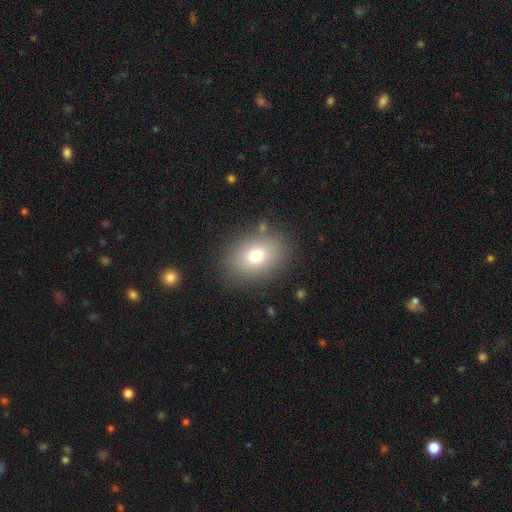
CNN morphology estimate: type=smooth (76%); roundness=in between (71%); merging=none (83%).